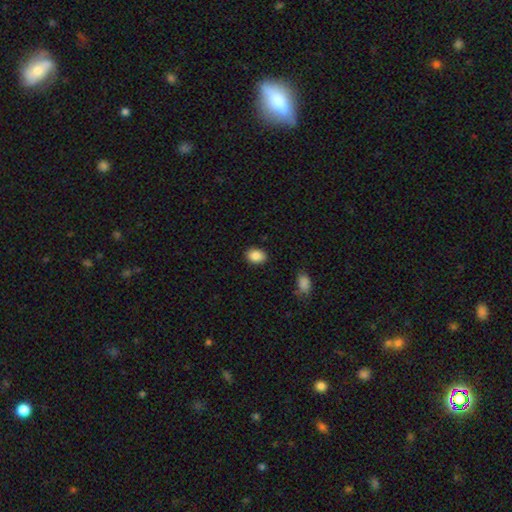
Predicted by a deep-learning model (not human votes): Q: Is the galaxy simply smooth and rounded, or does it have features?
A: smooth — 87%.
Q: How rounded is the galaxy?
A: in between — 71%.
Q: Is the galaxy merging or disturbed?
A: none — 88%.